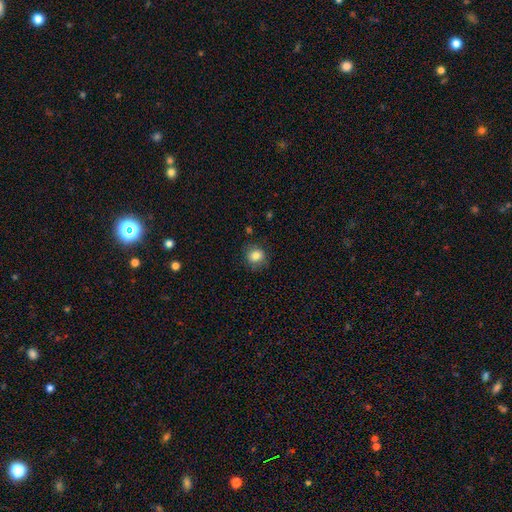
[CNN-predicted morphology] smooth-or-featured: smooth: 84% | star or artifact: 10% | featured or disk: 6%
  how-rounded: round: 77% | in between: 22% | cigar-shaped: 1%
  merging: none: 80% | minor disturbance: 14% | major disturbance: 4% | merger: 1%